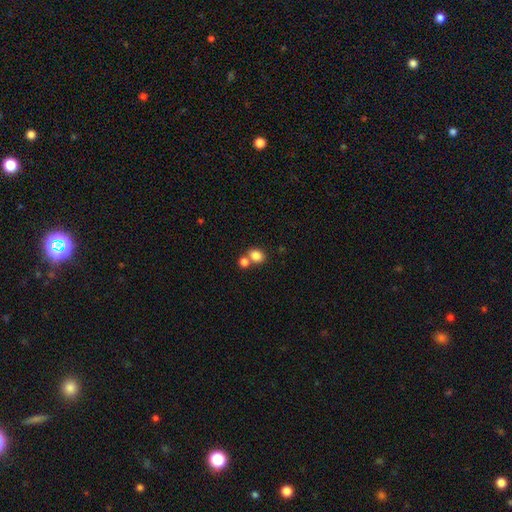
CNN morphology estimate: A smooth galaxy with no disk features (83%) that is in between round and cigar-shaped (53%). Merging: none (50%).